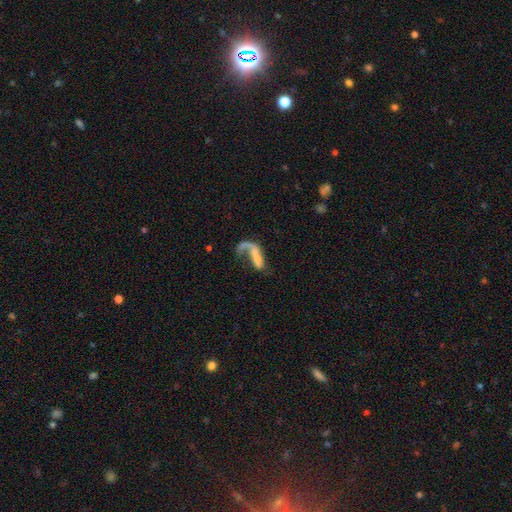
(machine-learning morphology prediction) Smooth or featured: featured or disk — 57% (smooth — 34%)
Edge-on disk: no — 89% (yes — 11%)
Bar: no — 62% (weak — 23%)
Spiral arms: yes — 57% (no — 43%)
Bulge size: small — 38% (none — 36%)
Merging: major disturbance — 45% (none — 24%)